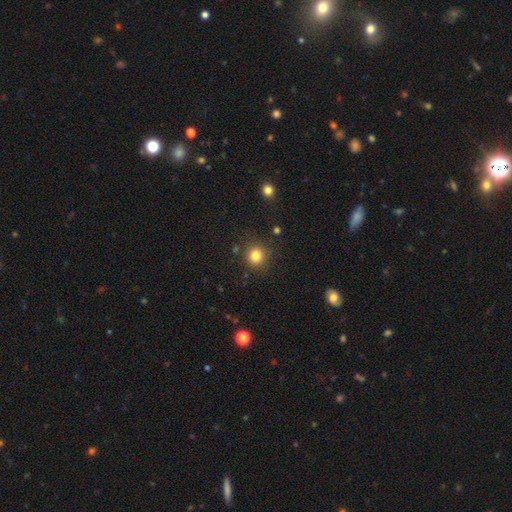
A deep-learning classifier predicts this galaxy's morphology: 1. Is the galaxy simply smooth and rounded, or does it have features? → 82% smooth, 13% star or artifact, 5% featured or disk.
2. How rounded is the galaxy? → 91% round, 8% in between, 1% cigar-shaped.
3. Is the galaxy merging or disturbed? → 85% none, 9% minor disturbance, 3% merger, 3% major disturbance.